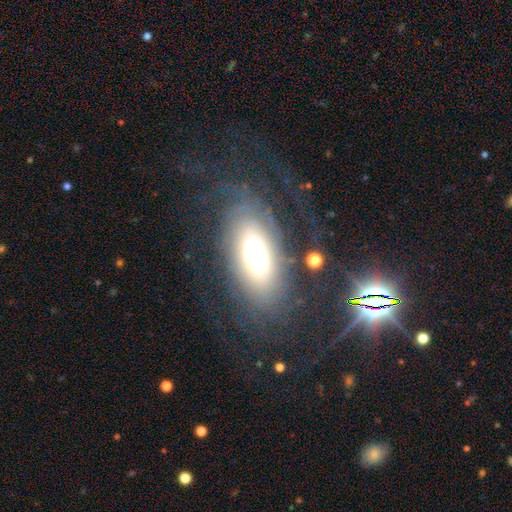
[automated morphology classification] Smooth or featured: featured or disk — 58% (smooth — 31%)
Edge-on disk: no — 88% (yes — 12%)
Bar: no — 78% (weak — 15%)
Spiral arms: yes — 74% (no — 26%)
Bulge size: small — 38% (moderate — 28%)
Merging: none — 62% (major disturbance — 18%)